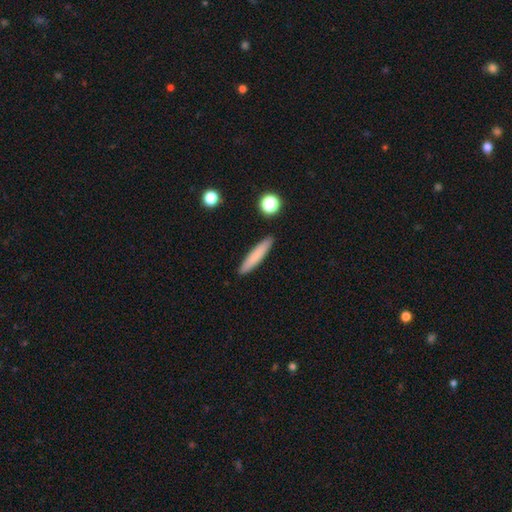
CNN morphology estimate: This is likely a smooth galaxy (79%). How rounded: clearly cigar-shaped (92%). Merging: clearly none (90%).